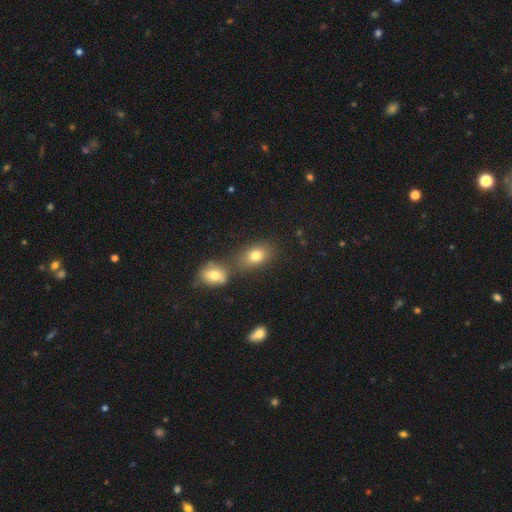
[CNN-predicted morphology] Smooth or featured: smooth — 77% (star or artifact — 12%)
How rounded: in between — 74% (round — 24%)
Merging: none — 61% (merger — 24%)